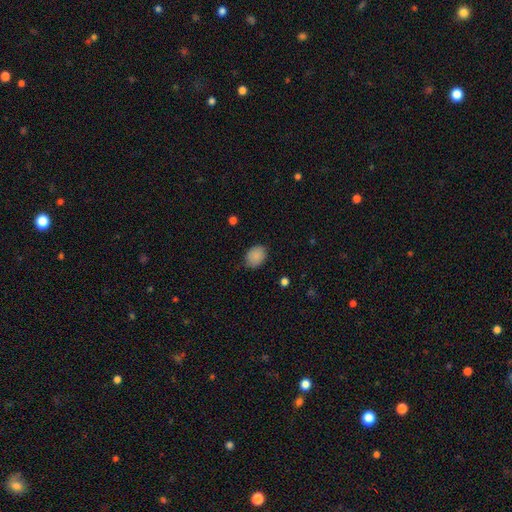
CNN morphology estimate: smooth 88%, star or artifact 8%, featured or disk 4%. Down the decision tree: how rounded — in between (64%); merging — none (79%).